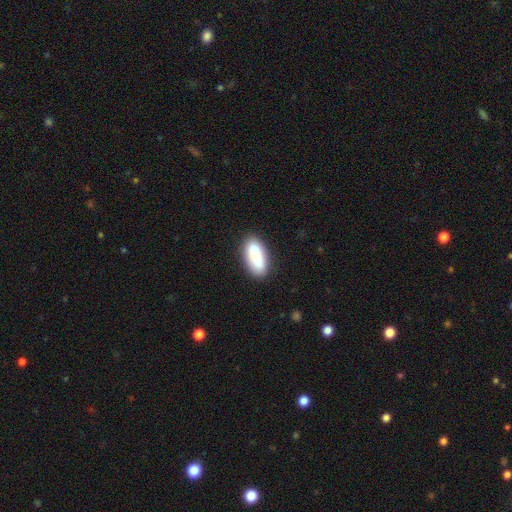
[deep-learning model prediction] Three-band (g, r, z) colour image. It shows a smooth galaxy with no disk features (81%) that is in between round and cigar-shaped (85%). Merging: none (74%).